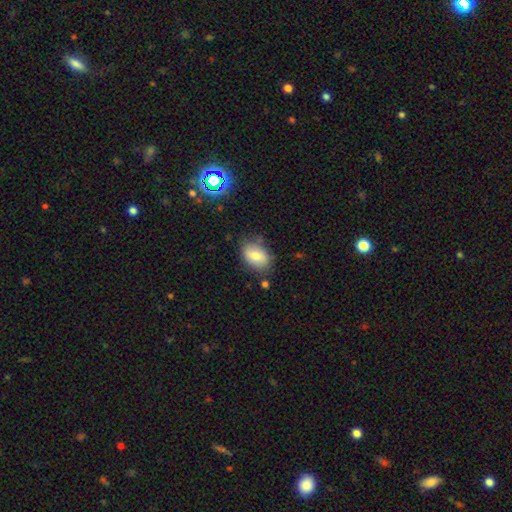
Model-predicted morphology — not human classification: Q: Smooth or featured?
A: smooth (77%); runner-up: featured or disk (14%)
Q: How rounded?
A: in between (85%); runner-up: round (13%)
Q: Merging?
A: none (70%); runner-up: minor disturbance (21%)